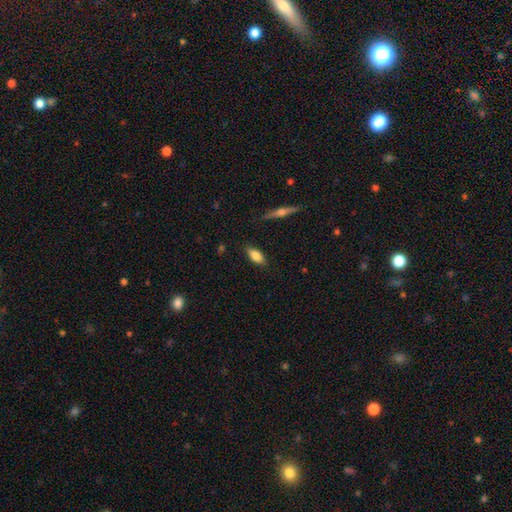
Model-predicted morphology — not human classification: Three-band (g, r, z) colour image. It shows a smooth galaxy with no disk features (75%) that is in between round and cigar-shaped (79%). Merging: none (85%).